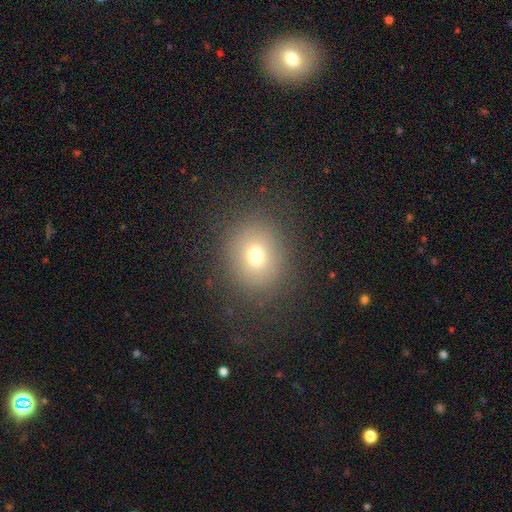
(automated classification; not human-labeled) This is likely a smooth galaxy (71%). How rounded: likely round (74%). Merging: clearly none (84%).